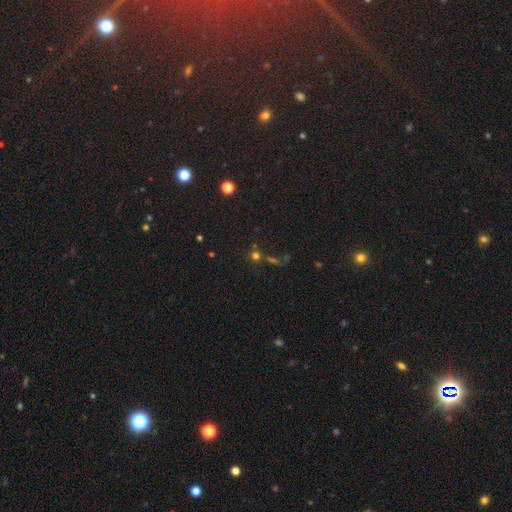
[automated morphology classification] This is possibly a smooth galaxy (57%). How rounded: clearly round (90%). Merging: possibly none (60%).